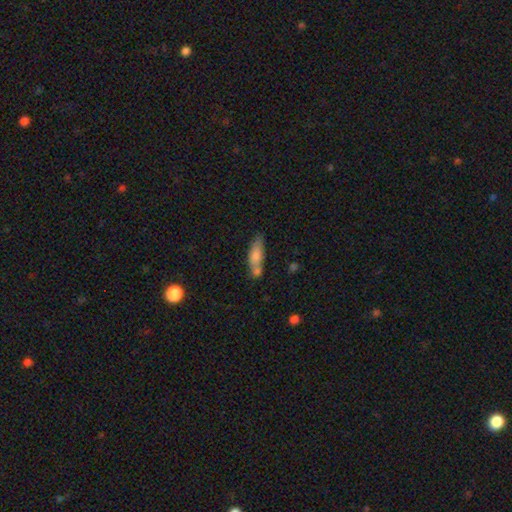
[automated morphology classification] Smooth or featured?
  - smooth: 72% *
  - featured or disk: 20%
  - star or artifact: 7%
How rounded?
  - in between: 53% *
  - cigar-shaped: 45%
  - round: 3%
Merging?
  - none: 47% *
  - merger: 27%
  - minor disturbance: 20%
  - major disturbance: 6%